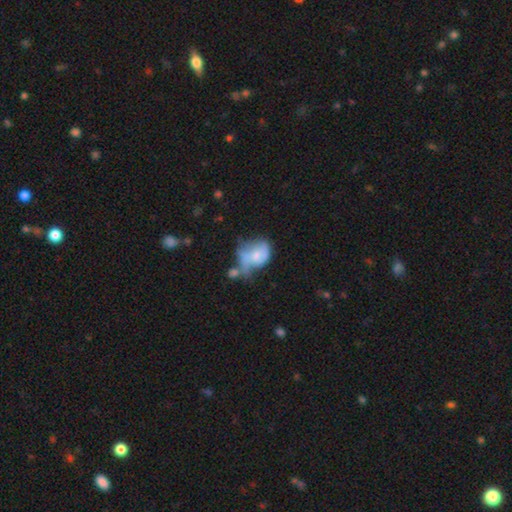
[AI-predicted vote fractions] smooth 48%, featured or disk 43%, star or artifact 9%. Down the decision tree: merging — major disturbance (29%).